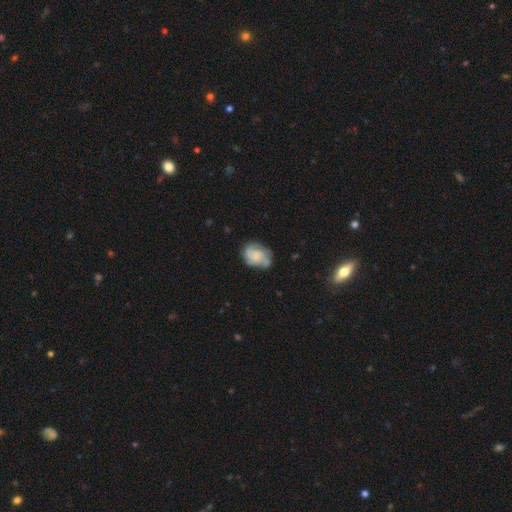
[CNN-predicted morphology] featured or disk 55%, smooth 37%, star or artifact 8%. Down the decision tree: edge-on disk — no (98%); bar — no (75%); spiral arms — yes (76%); bulge size — none (45%); merging — none (57%).